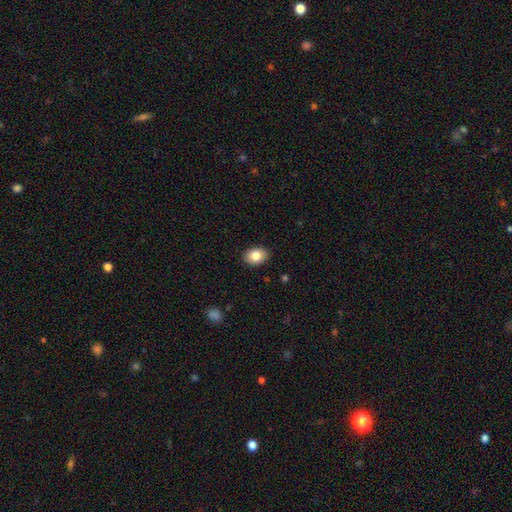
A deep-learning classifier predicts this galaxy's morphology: This appears to be a smooth galaxy with no disk features (83%) that is in between round and cigar-shaped (71%). Merging: none (89%).